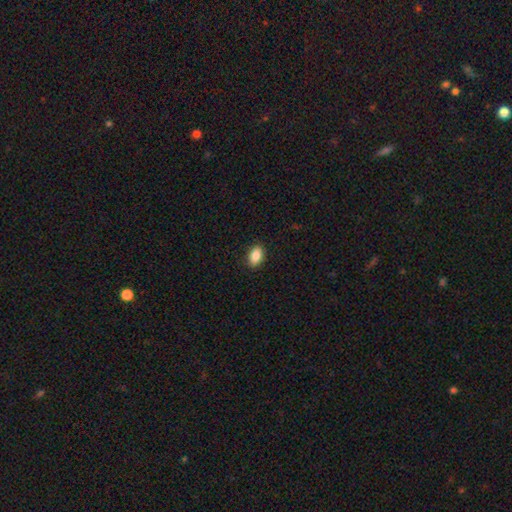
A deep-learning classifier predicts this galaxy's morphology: A smooth galaxy with no disk features (88%) that is in between round and cigar-shaped (89%).

Vote fractions:
- Smooth or featured? smooth: 88% / star or artifact: 8% / featured or disk: 4%
- How rounded? in between: 89% / round: 9% / cigar-shaped: 2%
- Merging? none: 90% / minor disturbance: 7% / major disturbance: 2% / merger: 1%